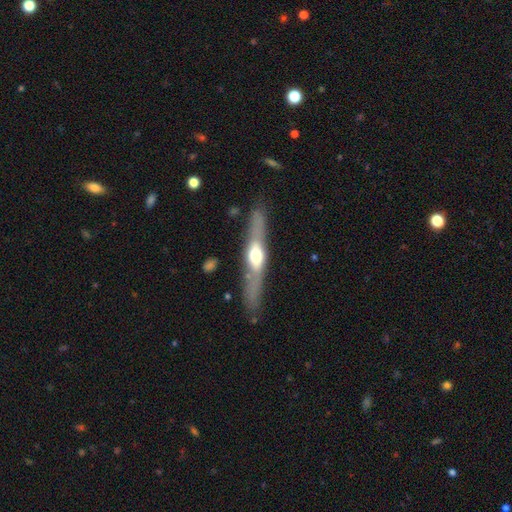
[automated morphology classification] Smooth or featured?
  - featured or disk: 66% *
  - smooth: 29%
  - star or artifact: 5%
Edge-on disk?
  - yes: 90% *
  - no: 10%
Edge-on bulge?
  - rounded: 90% *
  - boxy: 6%
  - none: 4%
Merging?
  - none: 81% *
  - minor disturbance: 12%
  - major disturbance: 4%
  - merger: 3%